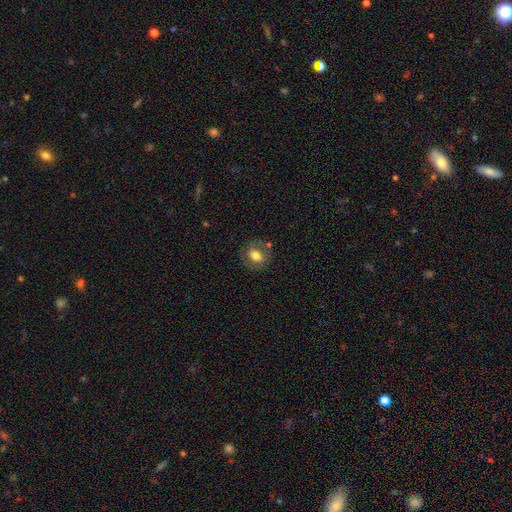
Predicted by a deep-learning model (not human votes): smooth-or-featured: smooth: 57% | featured or disk: 35% | star or artifact: 8%
  how-rounded: round: 58% | in between: 41% | cigar-shaped: 1%
  merging: none: 72% | minor disturbance: 16% | major disturbance: 8% | merger: 5%